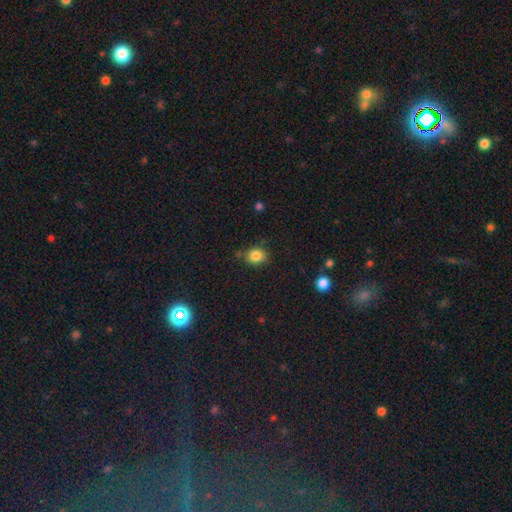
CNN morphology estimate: Smooth or featured? smooth (84%)
How rounded? round (63%)
Merging? none (76%)